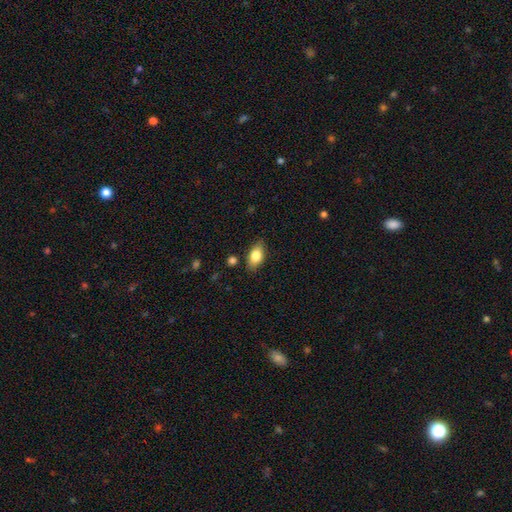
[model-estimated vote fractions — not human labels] A smooth galaxy with no disk features (81%) that is in between round and cigar-shaped (89%).

Vote fractions:
- Smooth or featured? smooth: 81% / featured or disk: 12% / star or artifact: 7%
- How rounded? in between: 89% / round: 6% / cigar-shaped: 5%
- Merging? none: 83% / minor disturbance: 12% / major disturbance: 3% / merger: 2%